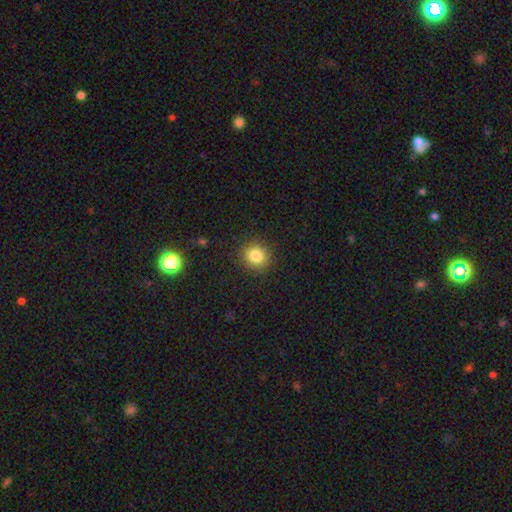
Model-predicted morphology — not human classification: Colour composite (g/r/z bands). It shows a smooth galaxy with no disk features (83%) that is round (86%). Merging: none (90%).